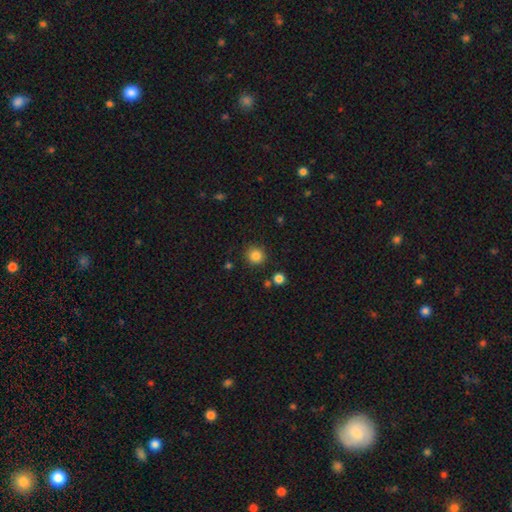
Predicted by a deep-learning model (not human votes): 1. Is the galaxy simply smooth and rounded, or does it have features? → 85% smooth, 11% star or artifact, 4% featured or disk.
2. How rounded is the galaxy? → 91% round, 8% in between, 1% cigar-shaped.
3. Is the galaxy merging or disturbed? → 87% none, 7% minor disturbance, 3% merger, 3% major disturbance.